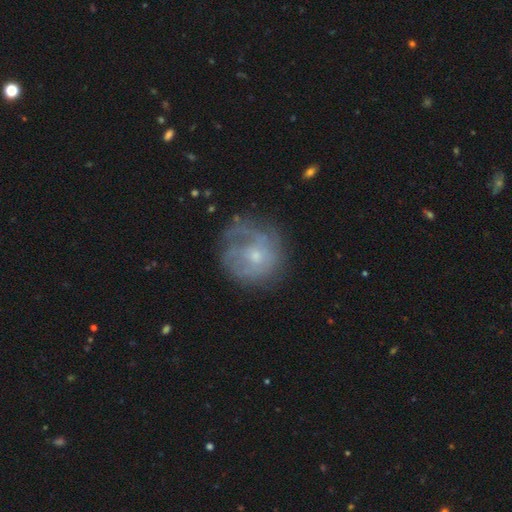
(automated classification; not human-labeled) Morphology: type=featured or disk (59%); edge-on=no (98%); bar=no (75%); spiral arms=yes (61%); bulge=small (55%); merging=none (56%).